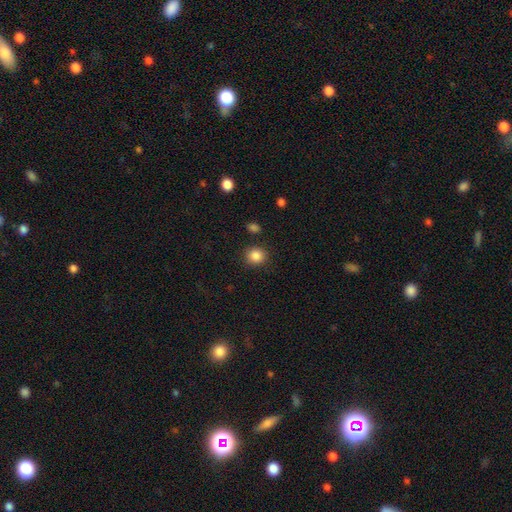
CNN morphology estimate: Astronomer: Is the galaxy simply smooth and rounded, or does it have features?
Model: smooth — 86%.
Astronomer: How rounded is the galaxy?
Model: round — 87%.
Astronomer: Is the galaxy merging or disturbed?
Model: none — 88%.